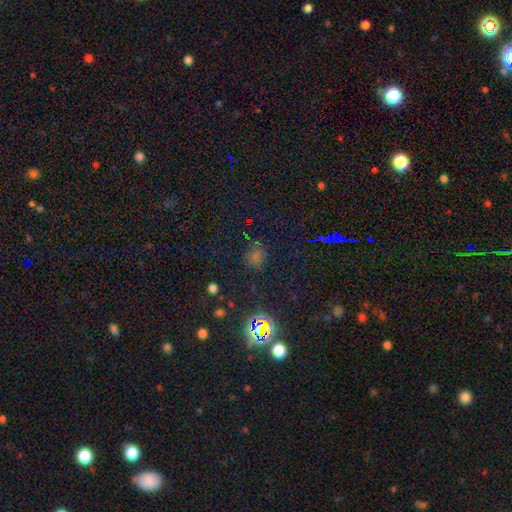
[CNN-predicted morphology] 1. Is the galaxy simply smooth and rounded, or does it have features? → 49% smooth, 43% star or artifact, 8% featured or disk.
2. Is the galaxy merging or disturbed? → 74% none, 16% minor disturbance, 7% major disturbance, 4% merger.